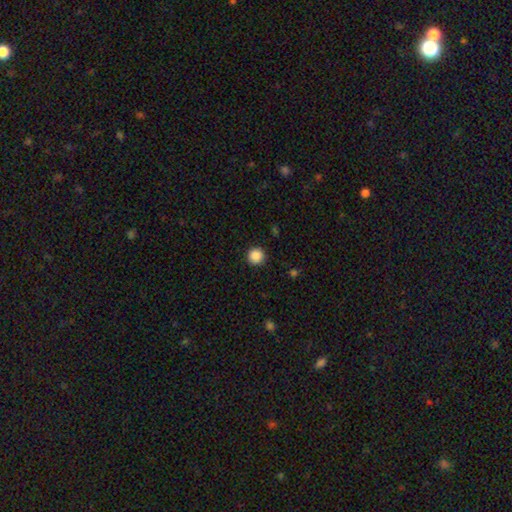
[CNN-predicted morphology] smooth 88%, star or artifact 10%, featured or disk 3%. Down the decision tree: how rounded — round (95%); merging — none (92%).